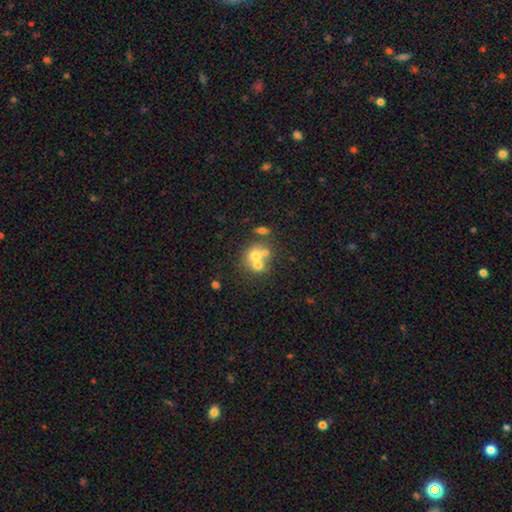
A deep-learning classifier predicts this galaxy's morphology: This appears to be a smooth galaxy with no disk features (59%) that is round (75%). Merging: merger (57%).